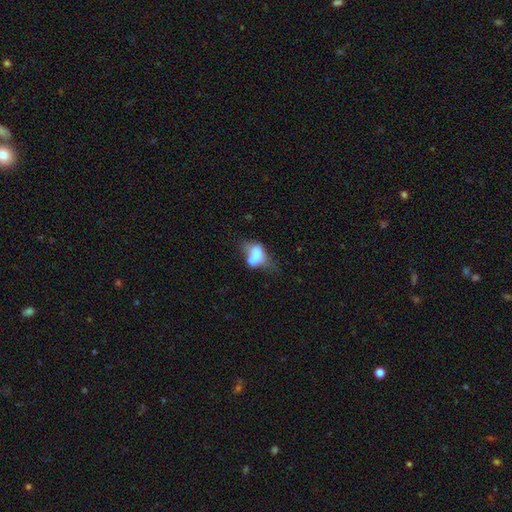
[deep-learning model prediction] Smooth or featured? Predicted: smooth (p=0.61). How rounded? Predicted: in between (p=0.83). Merging? Predicted: major disturbance (p=0.35).